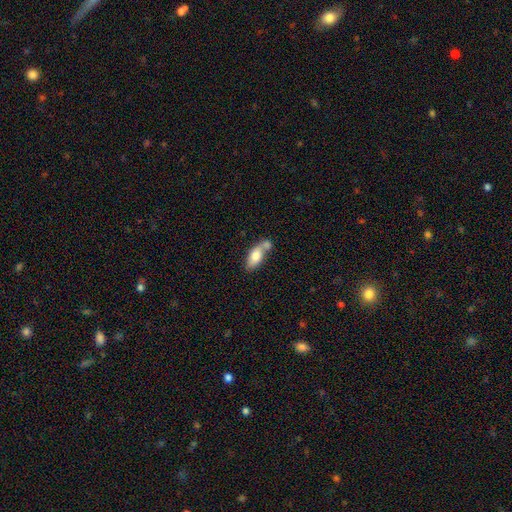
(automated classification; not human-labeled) This is likely a smooth galaxy (73%). How rounded: clearly in between (84%). Merging: possibly merger (46%).